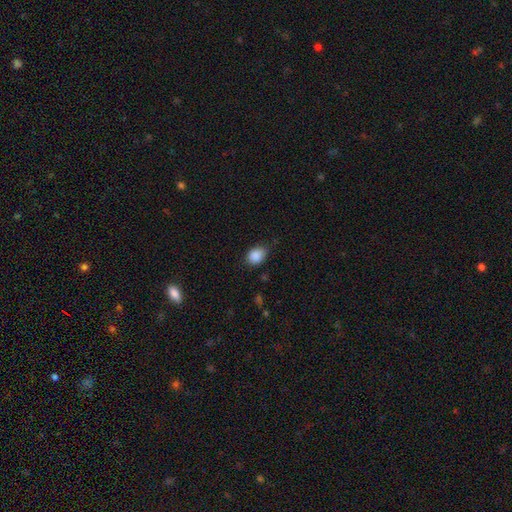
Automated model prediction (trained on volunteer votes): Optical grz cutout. It shows a smooth galaxy with no disk features (88%) that is in between round and cigar-shaped (61%). Merging: none (71%).